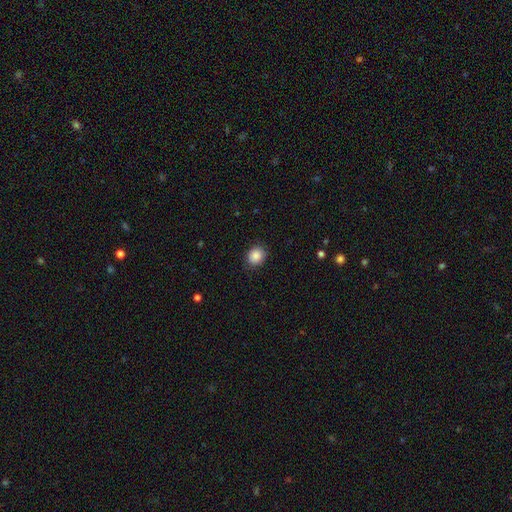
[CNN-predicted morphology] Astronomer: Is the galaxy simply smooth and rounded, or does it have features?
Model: smooth — 87%.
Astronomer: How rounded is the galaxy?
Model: round — 73%.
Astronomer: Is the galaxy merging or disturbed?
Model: none — 87%.